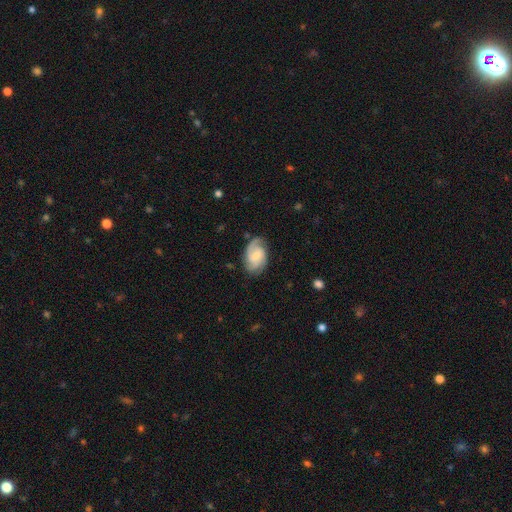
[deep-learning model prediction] smooth-or-featured: featured or disk: 74% | smooth: 20% | star or artifact: 6%
  disk-edge-on: no: 97% | yes: 3%
    bar: no: 46% | weak: 45% | strong: 9%
    has-spiral-arms: yes: 96% | no: 4%
      spiral-winding: medium: 45% | tight: 40% | loose: 15%
      spiral-arm-count: 2: 51% | 3: 23% | can't tell: 14% | 1: 6% | 4: 3% | more than 4: 3%
    bulge-size: small: 40% | moderate: 31% | none: 20% | large: 7% | dominant: 2%
  merging: none: 75% | minor disturbance: 18% | major disturbance: 6% | merger: 1%